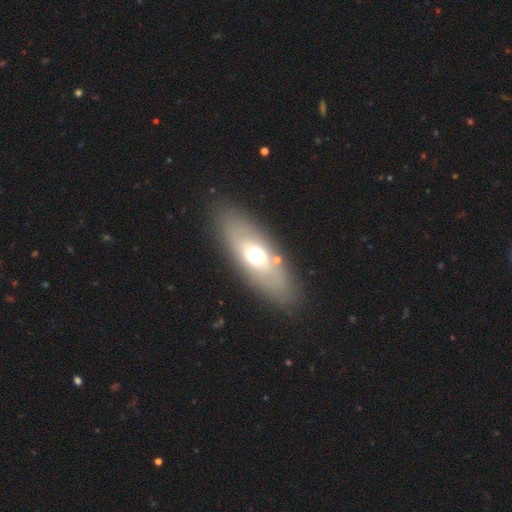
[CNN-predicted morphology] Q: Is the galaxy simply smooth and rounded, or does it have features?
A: smooth — 52%.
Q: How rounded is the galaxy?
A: in between — 73%.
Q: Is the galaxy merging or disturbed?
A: none — 84%.